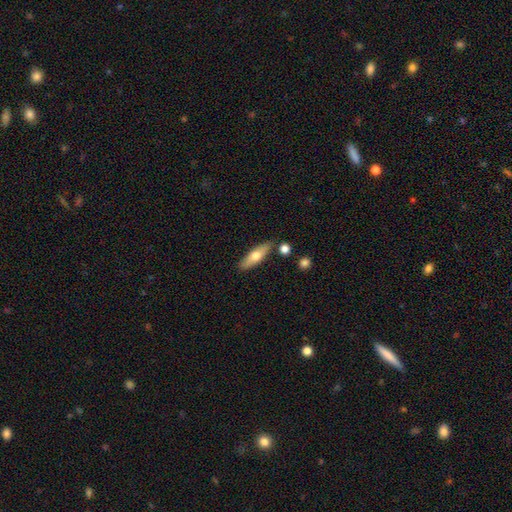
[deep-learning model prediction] Smooth or featured? smooth (56%)
How rounded? cigar-shaped (57%)
Merging? none (81%)